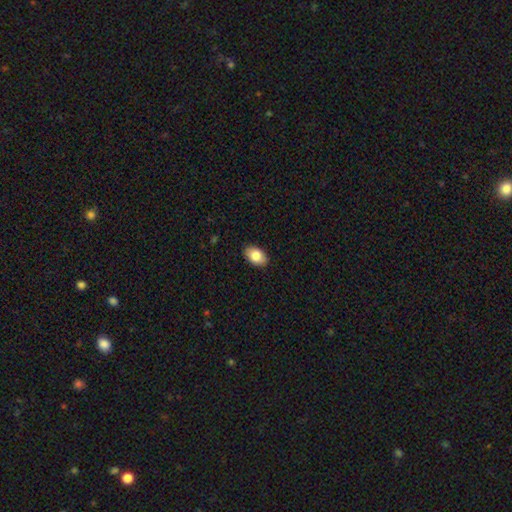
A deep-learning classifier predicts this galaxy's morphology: smooth 84%, featured or disk 9%, star or artifact 7%. Down the decision tree: how rounded — in between (90%); merging — none (89%).